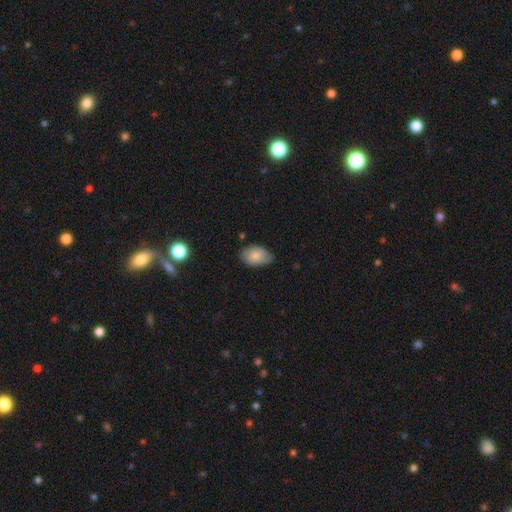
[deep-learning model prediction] Overall: smooth (80%). How rounded: in between (89%). Merging: none (66%; minor disturbance 28%).